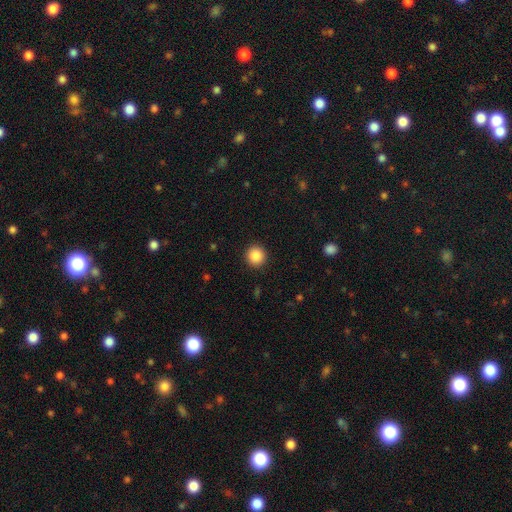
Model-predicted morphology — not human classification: smooth 88%, star or artifact 9%, featured or disk 3%. Down the decision tree: how rounded — round (94%); merging — none (92%).